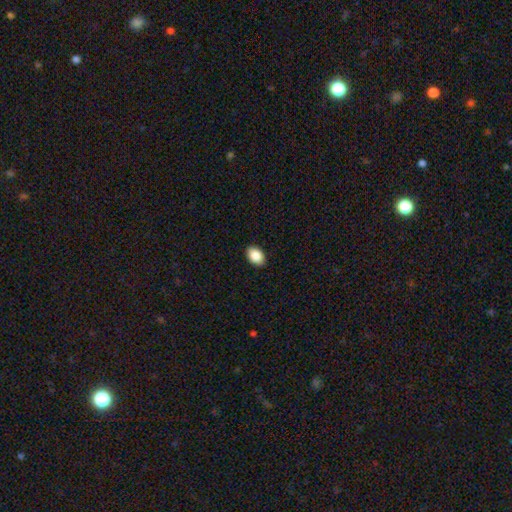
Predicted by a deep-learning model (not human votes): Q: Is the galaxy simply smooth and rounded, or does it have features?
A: smooth — 88%.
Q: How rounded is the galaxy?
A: in between — 86%.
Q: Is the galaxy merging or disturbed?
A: none — 90%.